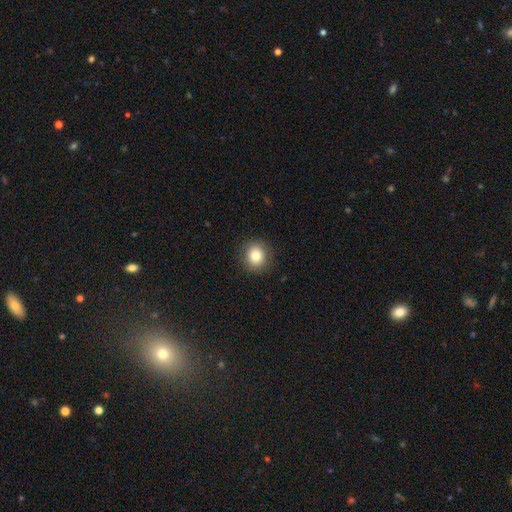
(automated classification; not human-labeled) smooth-or-featured: smooth: 81% | star or artifact: 10% | featured or disk: 9%
  how-rounded: round: 87% | in between: 12% | cigar-shaped: 1%
  merging: none: 90% | minor disturbance: 7% | major disturbance: 2% | merger: 1%